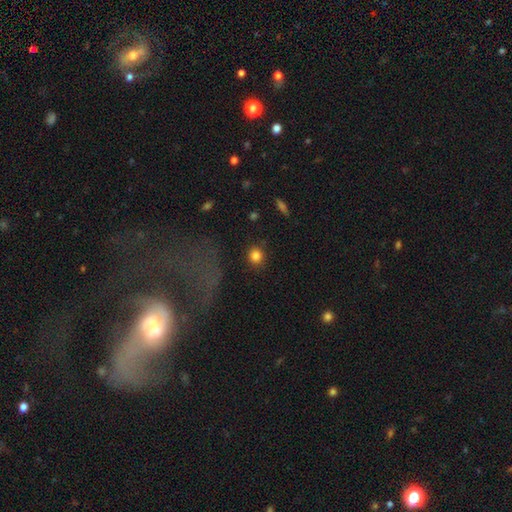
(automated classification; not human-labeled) Smooth or featured?
  - smooth: 84% *
  - star or artifact: 11%
  - featured or disk: 6%
How rounded?
  - round: 87% *
  - in between: 12%
  - cigar-shaped: 1%
Merging?
  - none: 86% *
  - minor disturbance: 8%
  - major disturbance: 3%
  - merger: 2%